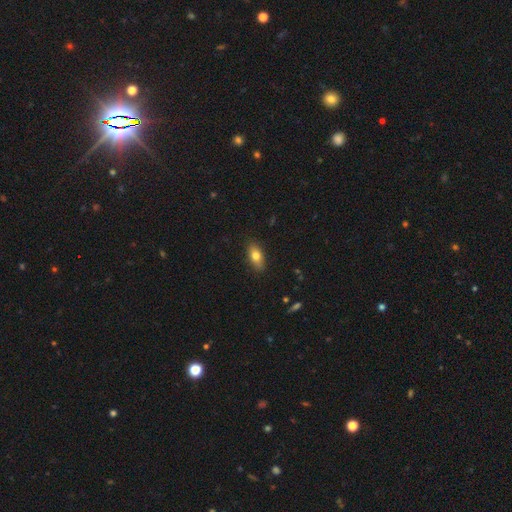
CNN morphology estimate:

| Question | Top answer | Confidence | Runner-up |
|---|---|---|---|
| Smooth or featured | smooth | 76% | featured or disk (16%) |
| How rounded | in between | 84% | cigar-shaped (11%) |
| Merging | none | 86% | minor disturbance (10%) |